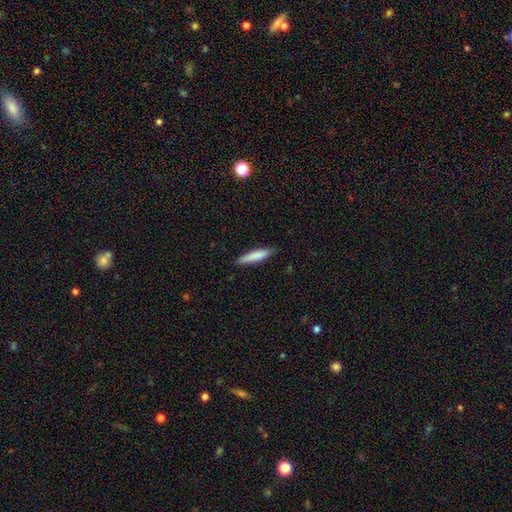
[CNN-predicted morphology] Smooth or featured?
  - smooth: 82% *
  - featured or disk: 12%
  - star or artifact: 6%
How rounded?
  - cigar-shaped: 84% *
  - in between: 15%
  - round: 1%
Merging?
  - none: 85% *
  - minor disturbance: 12%
  - major disturbance: 2%
  - merger: 1%